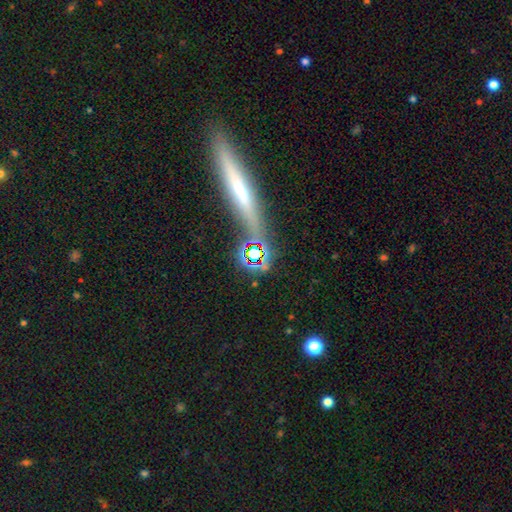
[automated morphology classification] A star or artifact, not a galaxy (57%).

Vote fractions:
- Smooth or featured? star or artifact: 57% / smooth: 28% / featured or disk: 15%